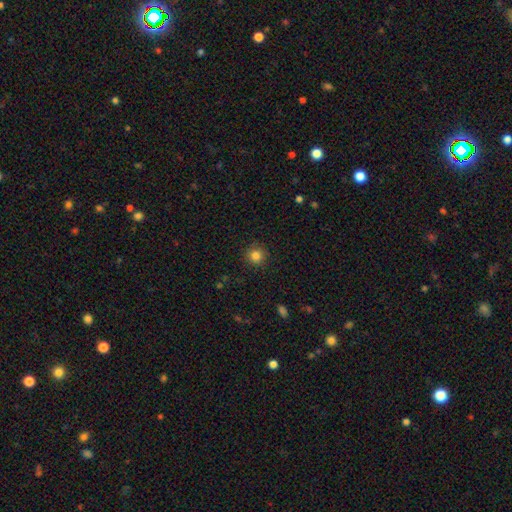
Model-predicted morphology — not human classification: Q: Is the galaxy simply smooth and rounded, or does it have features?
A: smooth — 83%.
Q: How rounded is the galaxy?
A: round — 94%.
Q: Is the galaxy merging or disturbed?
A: none — 90%.